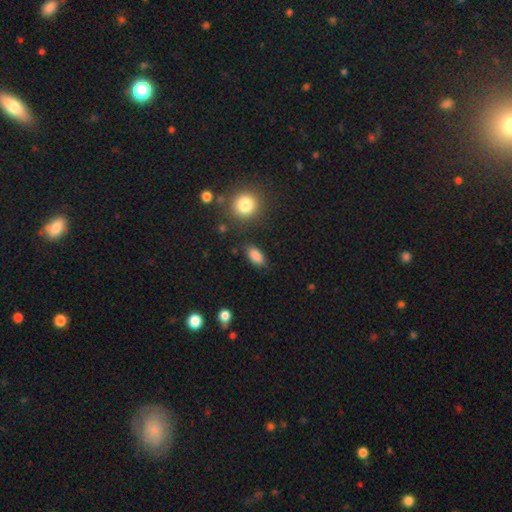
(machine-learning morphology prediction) A smooth galaxy with no disk features (87%) that is in between round and cigar-shaped (89%). Merging: none (81%).